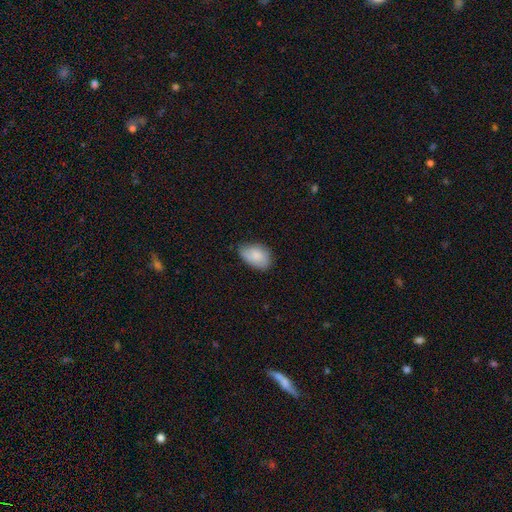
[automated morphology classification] Overall: smooth (83%). How rounded: in between (89%). Merging: none (56%; minor disturbance 36%).